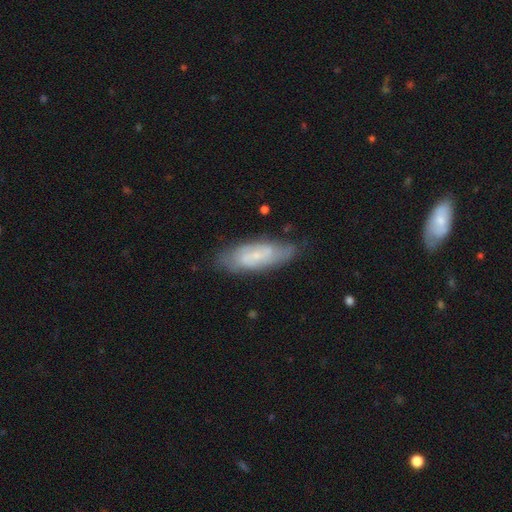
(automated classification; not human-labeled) This is likely a featured or disk galaxy (62%). It is clearly not viewed edge-on (85%). Bar: possibly no (47%). Spiral arm pattern: clearly yes (81%). Central bulge: likely small (70%). Merging: likely none (72%).